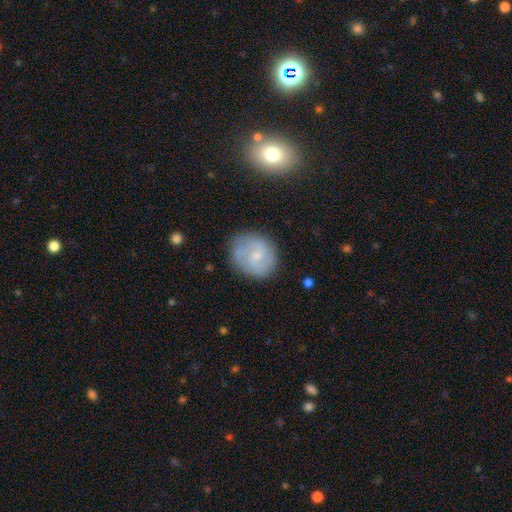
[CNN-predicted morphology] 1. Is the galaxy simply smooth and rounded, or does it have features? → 62% featured or disk, 31% smooth, 7% star or artifact.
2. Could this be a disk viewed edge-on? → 98% no, 2% yes.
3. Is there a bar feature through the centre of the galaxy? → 47% no (tied), 47% weak (tied), 6% strong.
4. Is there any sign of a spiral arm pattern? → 90% yes, 10% no.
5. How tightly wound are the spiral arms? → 47% medium, 34% tight, 19% loose.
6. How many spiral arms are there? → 66% 2, 17% can't tell, 10% 3, 3% 1, 2% 4, 2% more than 4.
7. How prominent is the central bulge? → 61% small, 28% moderate, 8% none, 1% large, 1% dominant.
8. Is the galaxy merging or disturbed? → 78% none, 15% minor disturbance, 5% major disturbance, 2% merger.